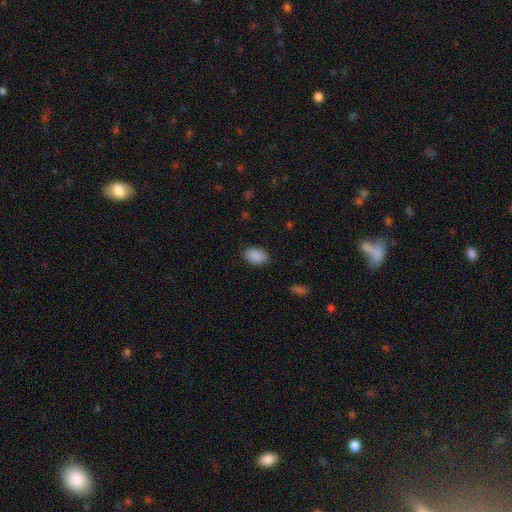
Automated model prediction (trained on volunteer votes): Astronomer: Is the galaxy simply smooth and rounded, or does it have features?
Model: smooth — 90%.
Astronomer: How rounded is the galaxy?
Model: in between — 90%.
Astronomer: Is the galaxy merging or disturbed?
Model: none — 87%.